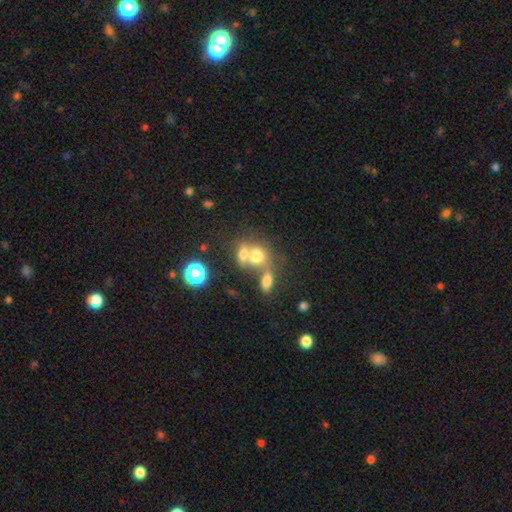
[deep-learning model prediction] Smooth or featured: smooth — 70% (featured or disk — 16%)
How rounded: round — 59% (in between — 39%)
Merging: merger — 60% (none — 26%)